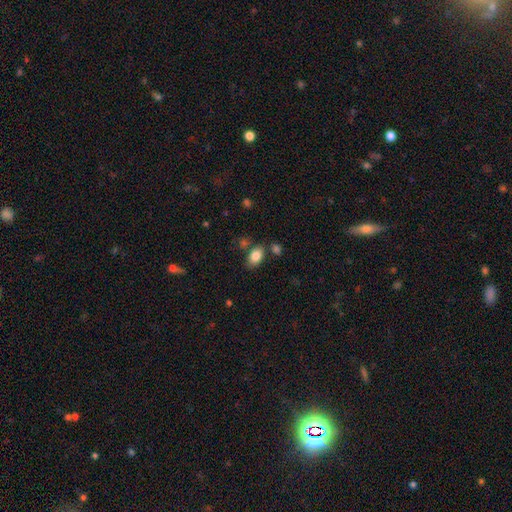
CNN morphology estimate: Smooth or featured: smooth — 83% (star or artifact — 8%)
How rounded: in between — 88% (round — 10%)
Merging: none — 74% (minor disturbance — 13%)